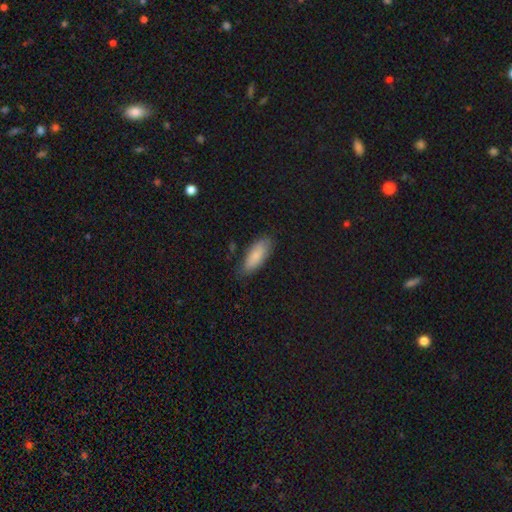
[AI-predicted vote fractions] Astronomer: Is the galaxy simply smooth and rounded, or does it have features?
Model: smooth — 82%.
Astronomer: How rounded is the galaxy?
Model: in between — 76%.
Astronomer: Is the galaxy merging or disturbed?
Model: none — 76%.